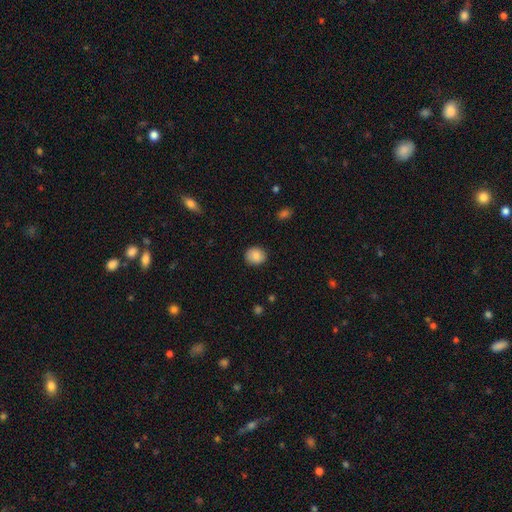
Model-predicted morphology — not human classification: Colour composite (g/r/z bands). It shows a smooth galaxy with no disk features (86%) that is round (76%). Merging: none (89%).